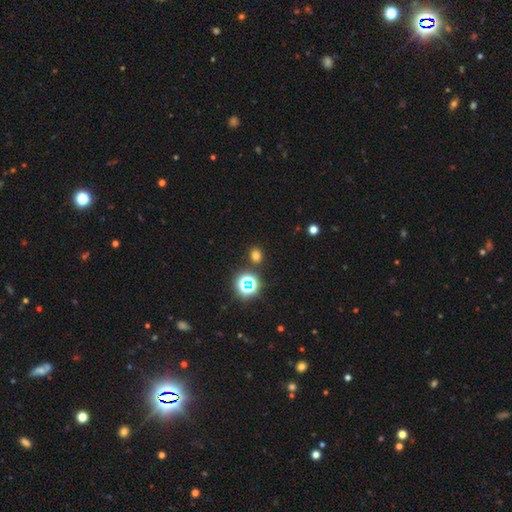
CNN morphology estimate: Overall: smooth (70%). How rounded: round (72%). Merging: none (86%).